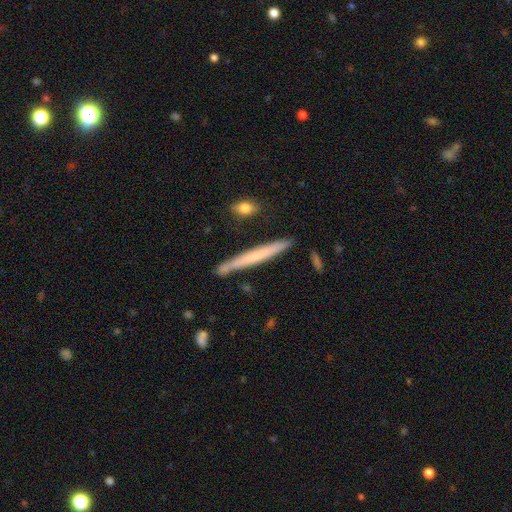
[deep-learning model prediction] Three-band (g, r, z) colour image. It shows a smooth galaxy with no disk features (52%) that is cigar-shaped (97%). Merging: none (85%).